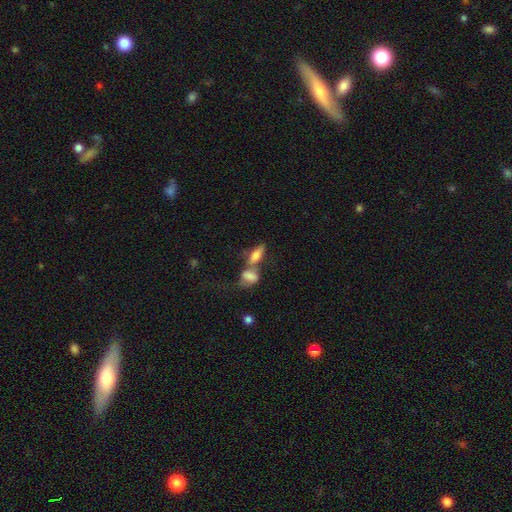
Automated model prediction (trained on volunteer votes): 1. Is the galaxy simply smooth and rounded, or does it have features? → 63% smooth, 28% featured or disk, 10% star or artifact.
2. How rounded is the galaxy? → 68% in between, 26% cigar-shaped, 6% round.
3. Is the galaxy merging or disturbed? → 48% merger, 34% none, 11% minor disturbance, 7% major disturbance.